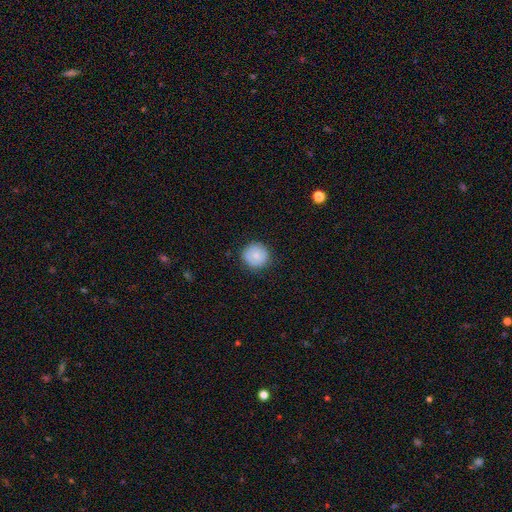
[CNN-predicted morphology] Smooth or featured? smooth (75%)
How rounded? round (94%)
Merging? none (86%)